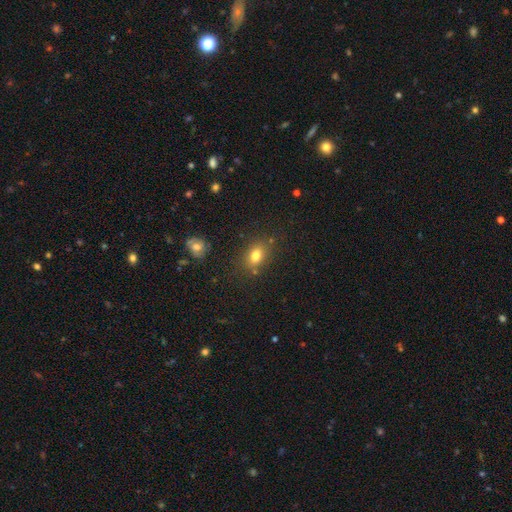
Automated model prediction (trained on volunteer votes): A smooth galaxy with no disk features (78%) that is in between round and cigar-shaped (69%).

Vote fractions:
- Smooth or featured? smooth: 78% / star or artifact: 13% / featured or disk: 9%
- How rounded? in between: 69% / round: 29% / cigar-shaped: 2%
- Merging? none: 78% / minor disturbance: 13% / merger: 5% / major disturbance: 4%